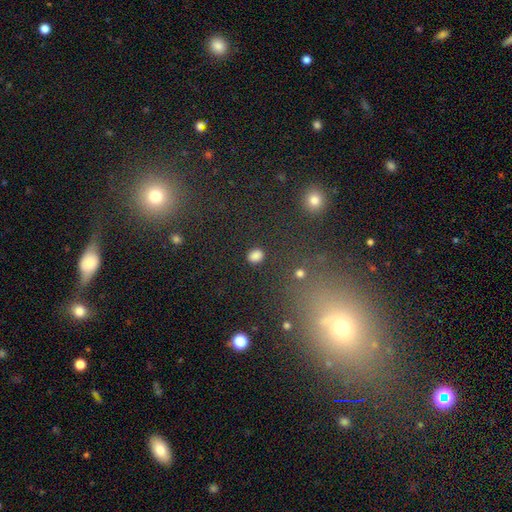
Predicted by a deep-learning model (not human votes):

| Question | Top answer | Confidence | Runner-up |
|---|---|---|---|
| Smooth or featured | smooth | 83% | star or artifact (13%) |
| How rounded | round | 56% | in between (43%) |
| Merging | none | 87% | minor disturbance (9%) |